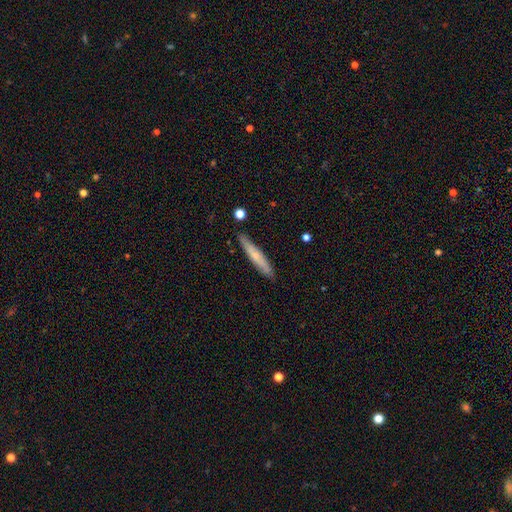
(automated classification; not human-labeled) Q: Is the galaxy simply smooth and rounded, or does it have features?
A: smooth — 56%.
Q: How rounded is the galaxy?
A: cigar-shaped — 91%.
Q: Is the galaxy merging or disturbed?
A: none — 86%.